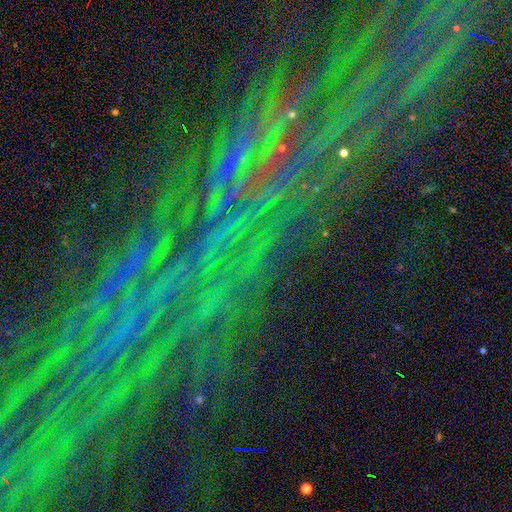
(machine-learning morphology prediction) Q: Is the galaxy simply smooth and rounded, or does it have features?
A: star or artifact — 80%.